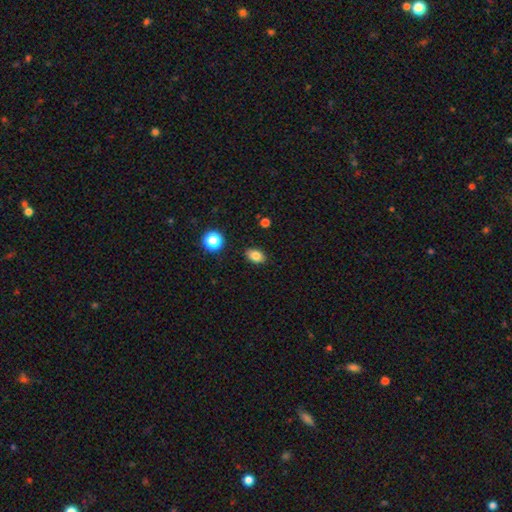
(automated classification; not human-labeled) A smooth galaxy with no disk features (82%) that is in between round and cigar-shaped (81%).

Vote fractions:
- Smooth or featured? smooth: 82% / star or artifact: 11% / featured or disk: 7%
- How rounded? in between: 81% / round: 18% / cigar-shaped: 1%
- Merging? none: 87% / minor disturbance: 9% / major disturbance: 2% / merger: 2%